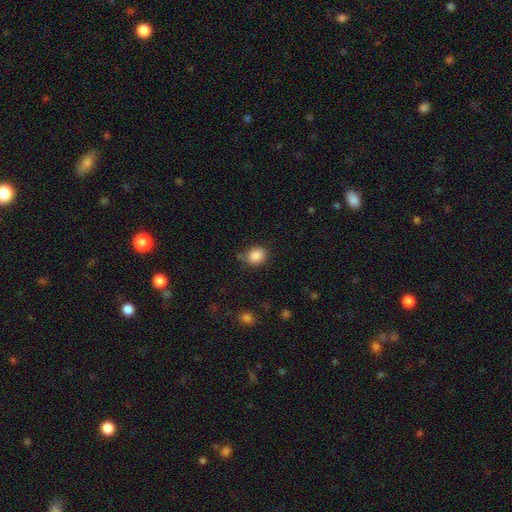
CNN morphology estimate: smooth-or-featured: smooth: 87% | star or artifact: 9% | featured or disk: 3%
  how-rounded: round: 67% | in between: 32% | cigar-shaped: 1%
  merging: none: 75% | minor disturbance: 17% | major disturbance: 4% | merger: 4%